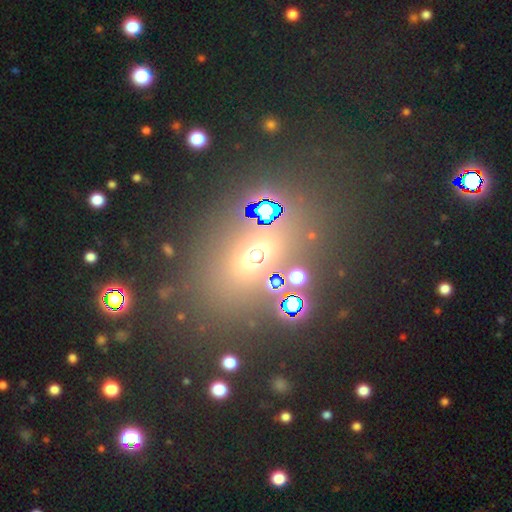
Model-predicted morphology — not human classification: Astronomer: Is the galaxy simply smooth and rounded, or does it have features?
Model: smooth — 49% (runner-up: star or artifact, 38%).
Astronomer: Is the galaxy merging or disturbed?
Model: none — 74%.